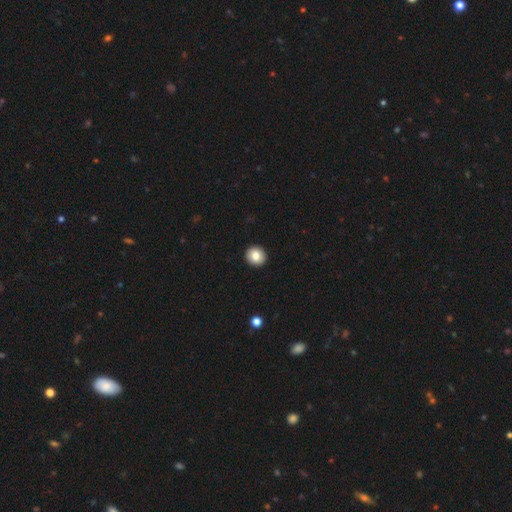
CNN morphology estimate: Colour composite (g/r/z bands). It shows a smooth galaxy with no disk features (82%) that is round (88%). Merging: none (93%).